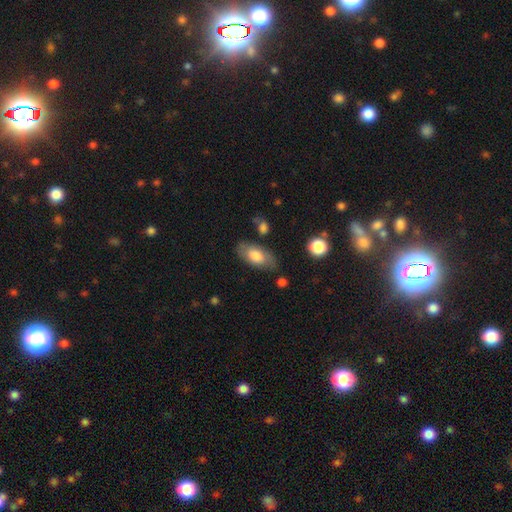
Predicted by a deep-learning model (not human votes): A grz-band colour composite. It shows a smooth galaxy with no disk features (68%) that is in between round and cigar-shaped (92%). Merging: none (73%).